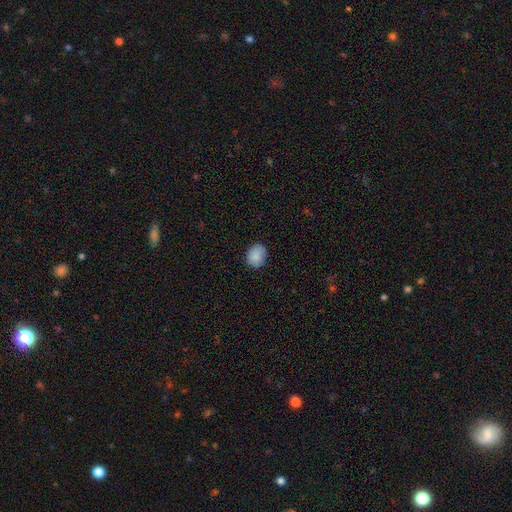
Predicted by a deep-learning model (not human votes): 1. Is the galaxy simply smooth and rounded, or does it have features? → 88% smooth, 8% star or artifact, 4% featured or disk.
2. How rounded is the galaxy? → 51% round, 48% in between, 1% cigar-shaped.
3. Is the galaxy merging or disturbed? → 83% none, 13% minor disturbance, 2% major disturbance, 1% merger.